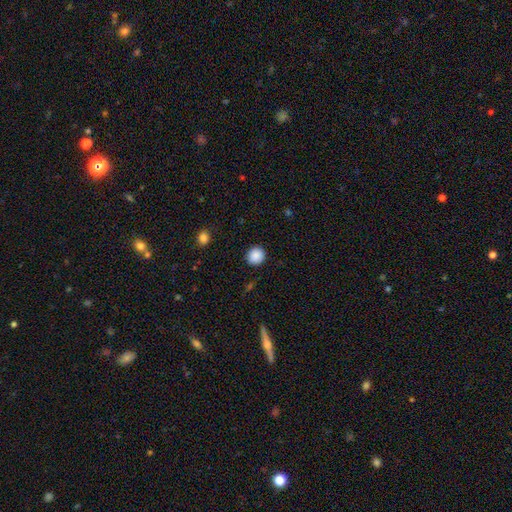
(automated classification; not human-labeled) This appears to be a smooth galaxy with no disk features (89%) that is round (89%). Merging: none (90%).